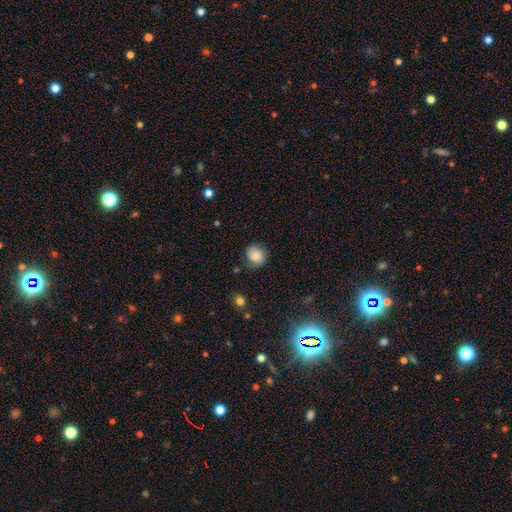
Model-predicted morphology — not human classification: type=smooth (78%); roundness=round (74%); merging=none (68%).